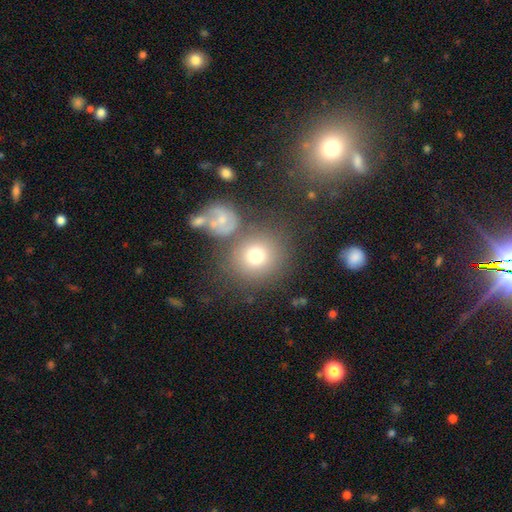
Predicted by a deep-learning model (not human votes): A smooth galaxy with no disk features (74%) that is round (88%).

Vote fractions:
- Smooth or featured? smooth: 74% / featured or disk: 14% / star or artifact: 12%
- How rounded? round: 88% / in between: 11% / cigar-shaped: 1%
- Merging? none: 69% / merger: 14% / minor disturbance: 12% / major disturbance: 6%